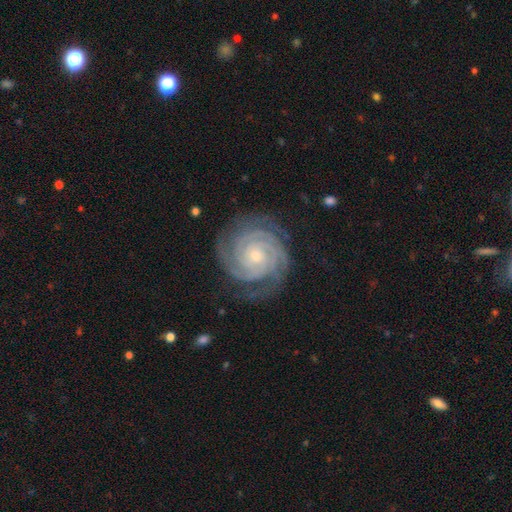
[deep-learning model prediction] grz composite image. It shows a featured or disk galaxy (92%) with no bar (74%), 3 (31%) tight (86%) spiral arms (99%) and a small central bulge (73%). Merging: none (78%).